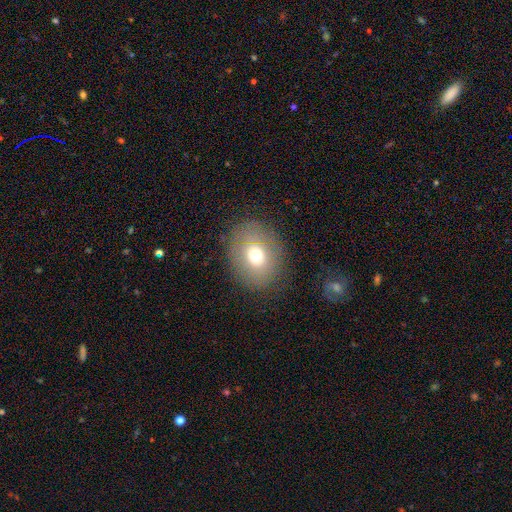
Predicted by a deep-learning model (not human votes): This is likely a smooth galaxy (67%). How rounded: possibly round (57%). Merging: likely none (80%).